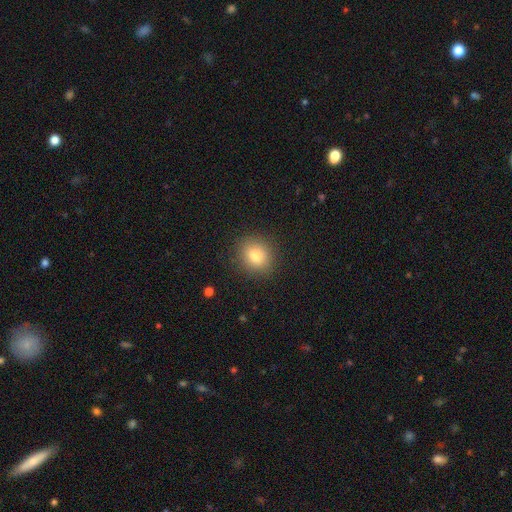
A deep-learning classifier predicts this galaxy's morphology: Overall: smooth (80%). How rounded: round (75%). Merging: none (89%).